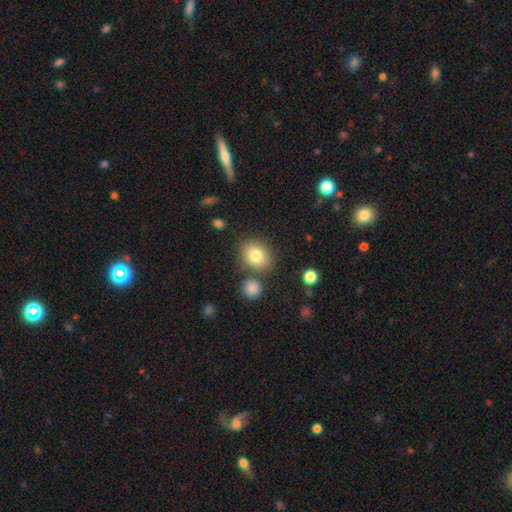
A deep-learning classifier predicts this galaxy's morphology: type=smooth (82%); roundness=round (52%); merging=none (75%).